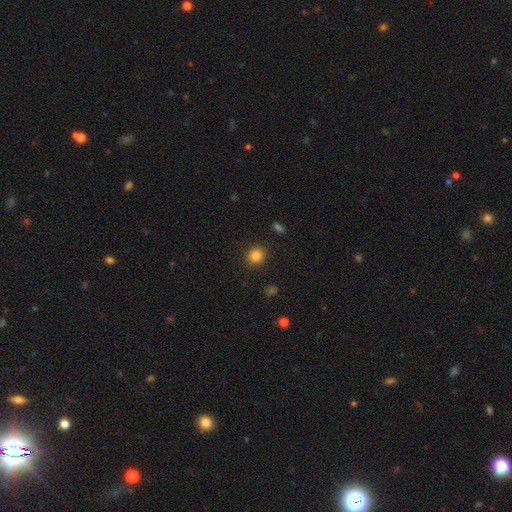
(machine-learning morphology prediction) Q: Smooth or featured?
A: smooth (83%); runner-up: star or artifact (11%)
Q: How rounded?
A: round (88%); runner-up: in between (11%)
Q: Merging?
A: none (91%); runner-up: minor disturbance (6%)